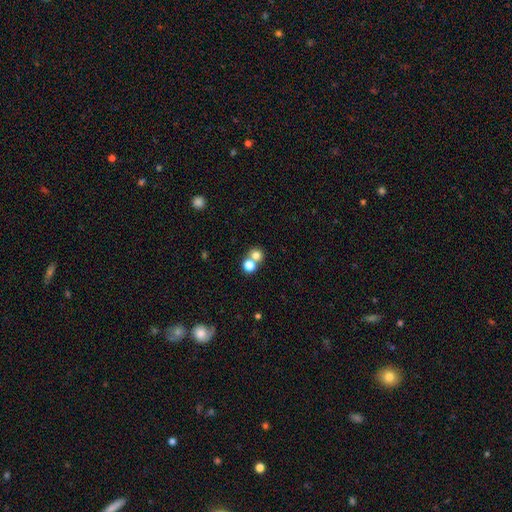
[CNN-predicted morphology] smooth_or_featured: smooth (p=0.76) [alt: star or artifact p=0.14]
how_rounded: round (p=0.83) [alt: in between p=0.16]
merging: none (p=0.47) [alt: merger p=0.45]